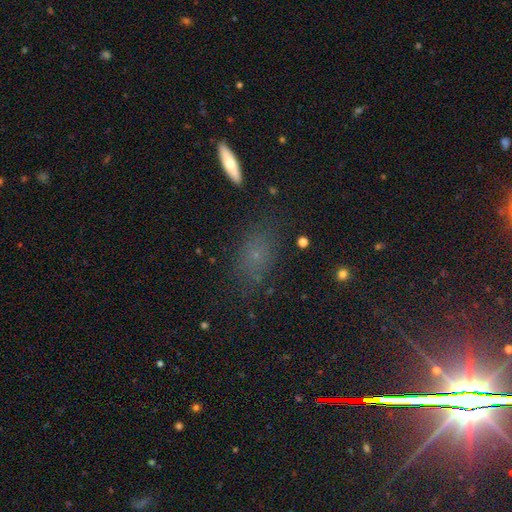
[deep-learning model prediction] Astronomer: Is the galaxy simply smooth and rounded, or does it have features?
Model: smooth — 55%.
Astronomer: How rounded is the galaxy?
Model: in between — 75%.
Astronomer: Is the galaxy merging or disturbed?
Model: none — 75%.